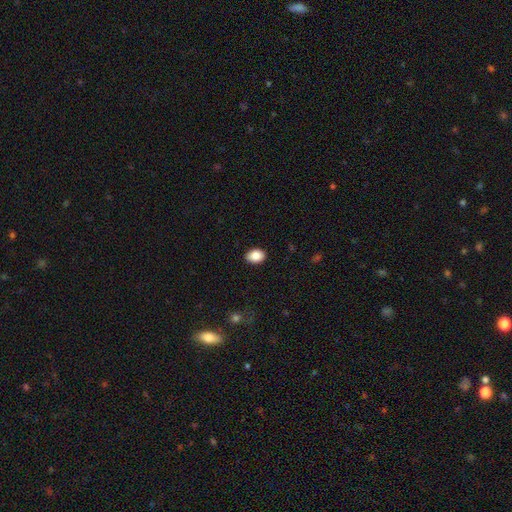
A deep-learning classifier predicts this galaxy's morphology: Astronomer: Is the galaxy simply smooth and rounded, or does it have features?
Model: smooth — 87%.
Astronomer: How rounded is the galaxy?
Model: in between — 74%.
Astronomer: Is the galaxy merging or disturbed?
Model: none — 89%.